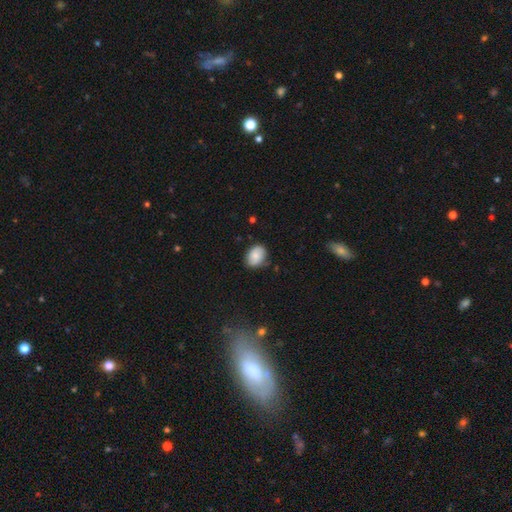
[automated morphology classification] Smooth or featured? Predicted: smooth (p=0.80). How rounded? Predicted: in between (p=0.69). Merging? Predicted: none (p=0.77).